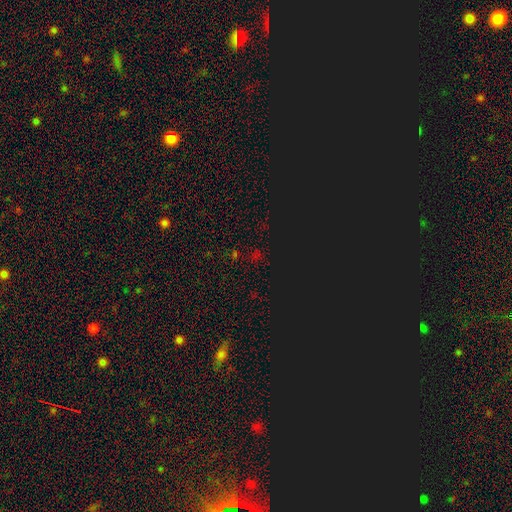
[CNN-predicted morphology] Smooth or featured: star or artifact — 74% (smooth — 19%)